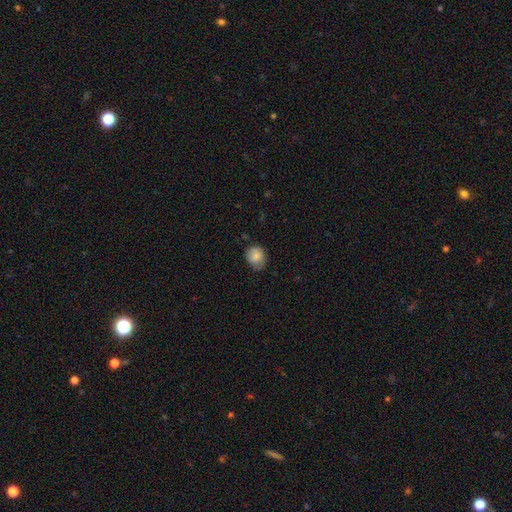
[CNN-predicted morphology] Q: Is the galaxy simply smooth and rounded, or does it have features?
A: smooth — 85%.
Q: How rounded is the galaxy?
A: round — 69%.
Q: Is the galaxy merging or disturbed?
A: none — 66%.